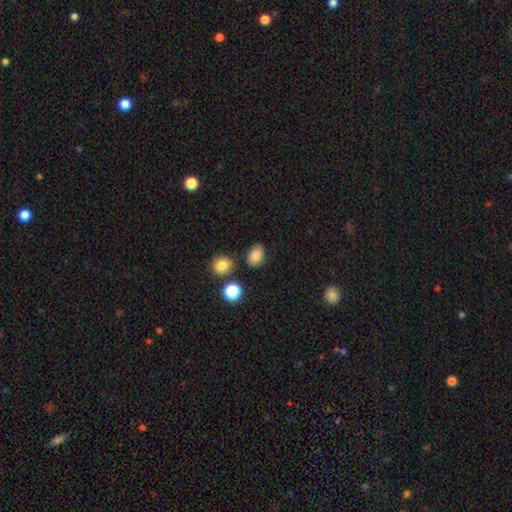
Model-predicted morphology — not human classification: A smooth galaxy with no disk features (83%) that is in between round and cigar-shaped (64%). Merging: none (78%).